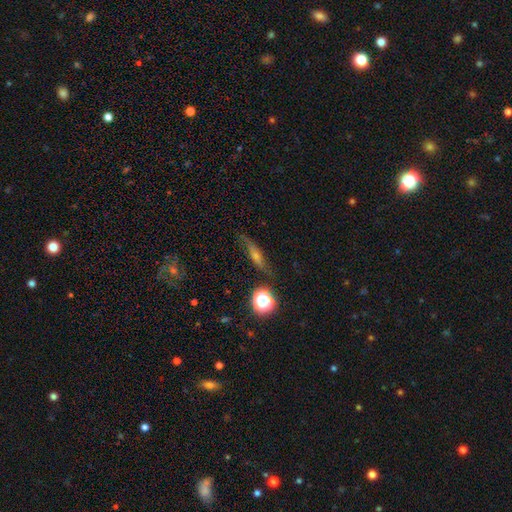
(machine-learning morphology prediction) This appears to be a featured or disk galaxy (44%). Merging: none (76%).